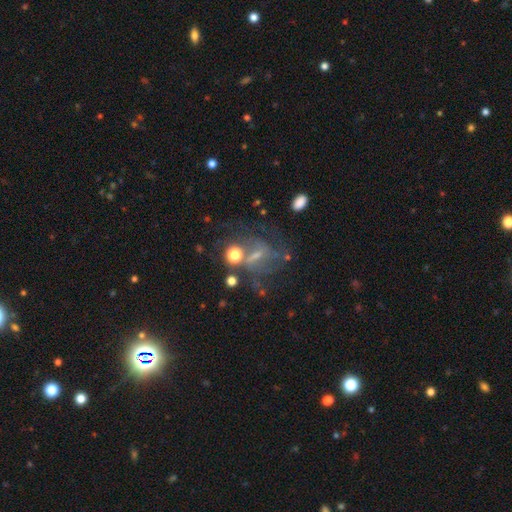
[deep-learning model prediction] smooth_or_featured: featured or disk (p=0.53) [alt: smooth p=0.26]
disk_edge_on: no (p=0.94) [alt: yes p=0.06]
merging: none (p=0.47) [alt: major disturbance p=0.23]